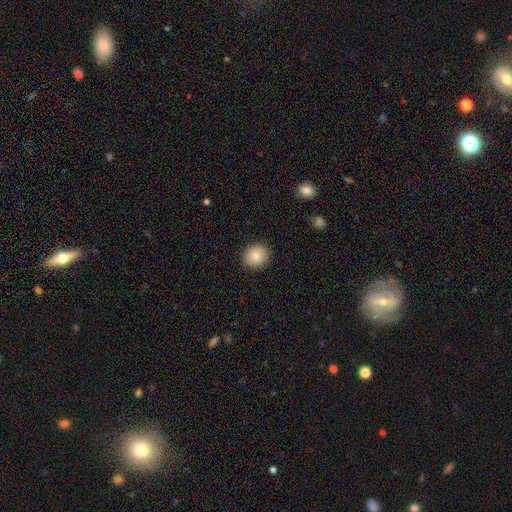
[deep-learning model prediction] A smooth galaxy with no disk features (84%) that is round (80%).

Vote fractions:
- Smooth or featured? smooth: 84% / star or artifact: 8% / featured or disk: 8%
- How rounded? round: 80% / in between: 19% / cigar-shaped: 1%
- Merging? none: 91% / minor disturbance: 7% / major disturbance: 2% / merger: 1%